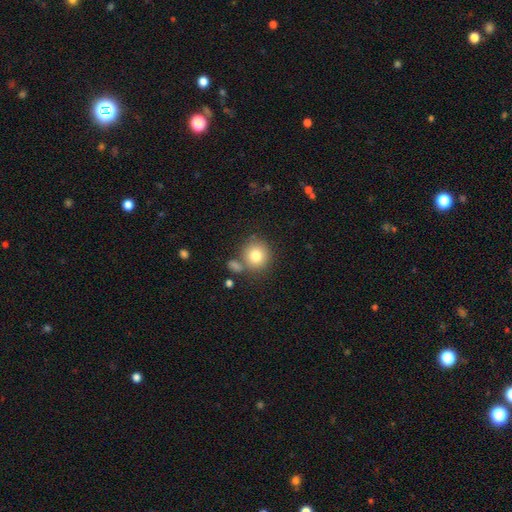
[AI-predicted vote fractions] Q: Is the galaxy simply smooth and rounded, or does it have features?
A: smooth — 81%.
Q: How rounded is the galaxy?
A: round — 87%.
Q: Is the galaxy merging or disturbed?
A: none — 70%.